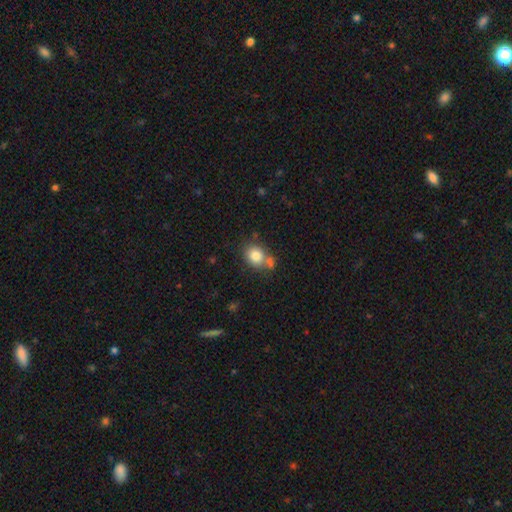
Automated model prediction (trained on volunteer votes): Smooth or featured? smooth (82%)
How rounded? round (55%)
Merging? none (58%)